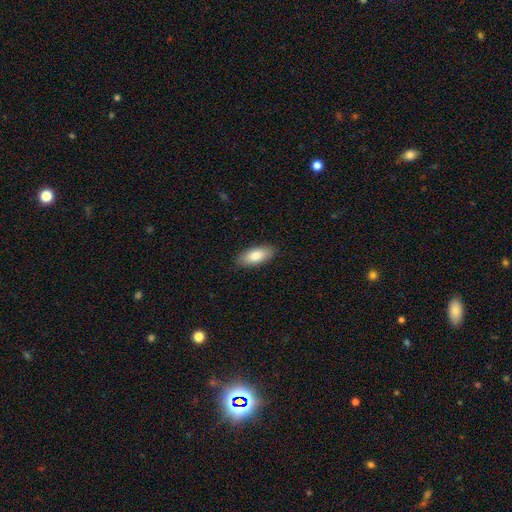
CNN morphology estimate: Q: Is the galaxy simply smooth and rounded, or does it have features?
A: smooth — 81%.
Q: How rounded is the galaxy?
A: in between — 86%.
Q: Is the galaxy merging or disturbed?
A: none — 88%.